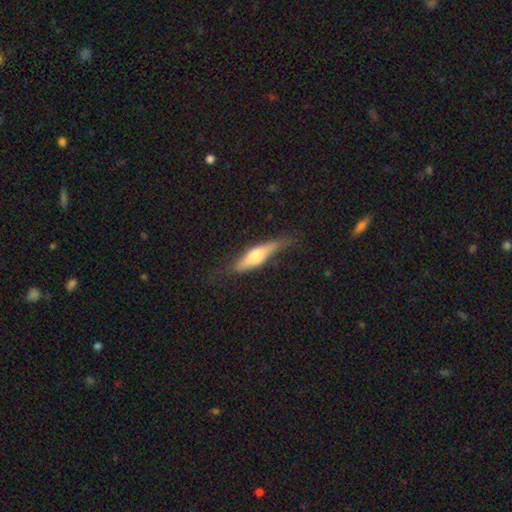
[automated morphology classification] featured or disk 48%, smooth 46%, star or artifact 6%. Down the decision tree: merging — none (68%).